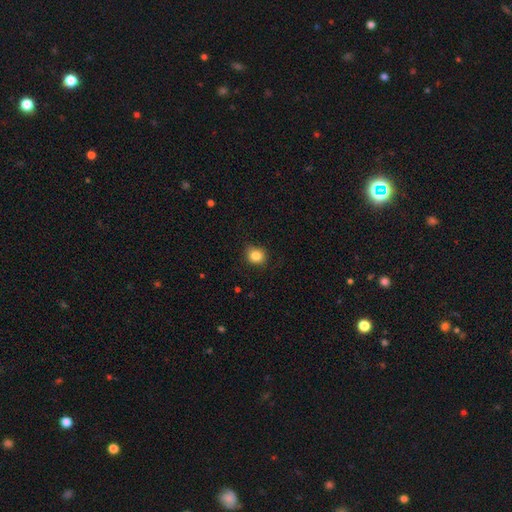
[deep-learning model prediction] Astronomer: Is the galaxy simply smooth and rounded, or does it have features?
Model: smooth — 84%.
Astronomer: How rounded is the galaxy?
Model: round — 80%.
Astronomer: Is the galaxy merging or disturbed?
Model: none — 85%.